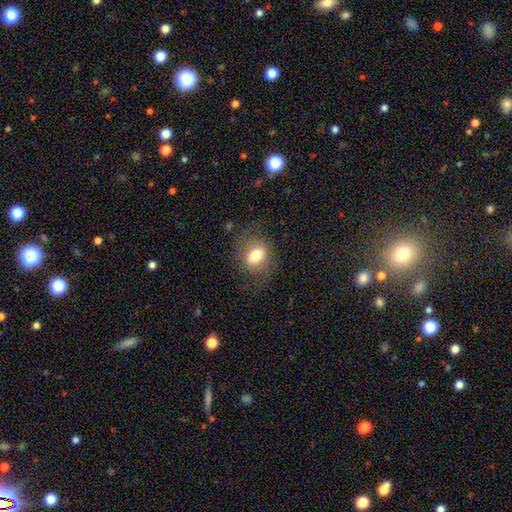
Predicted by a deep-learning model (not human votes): smooth 73%, featured or disk 18%, star or artifact 9%. Down the decision tree: how rounded — in between (64%); merging — none (69%).